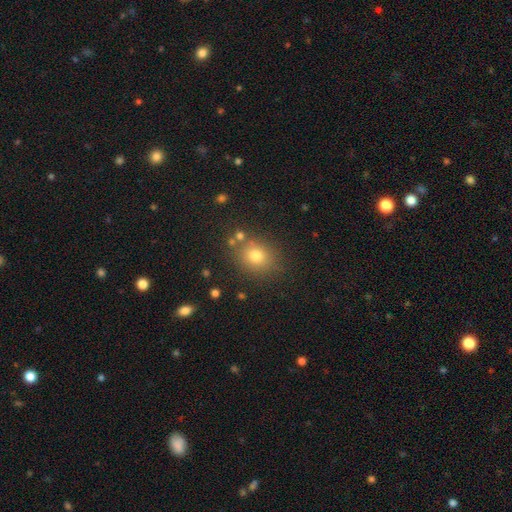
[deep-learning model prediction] Morphology: type=smooth (74%); roundness=round (69%); merging=none (78%).